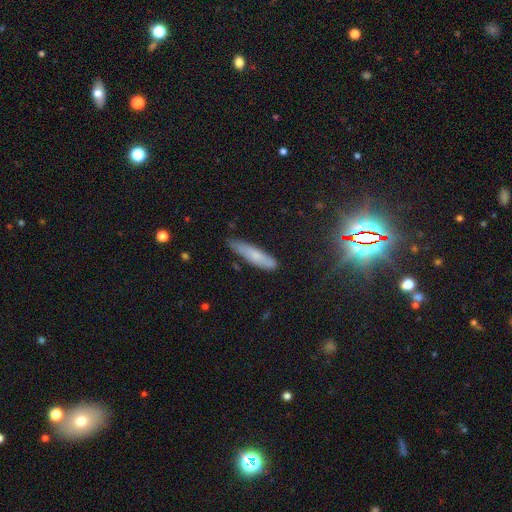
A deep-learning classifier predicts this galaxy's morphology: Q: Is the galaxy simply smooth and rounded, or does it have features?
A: smooth — 64%.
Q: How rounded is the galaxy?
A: cigar-shaped — 84%.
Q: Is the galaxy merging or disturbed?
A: none — 76%.